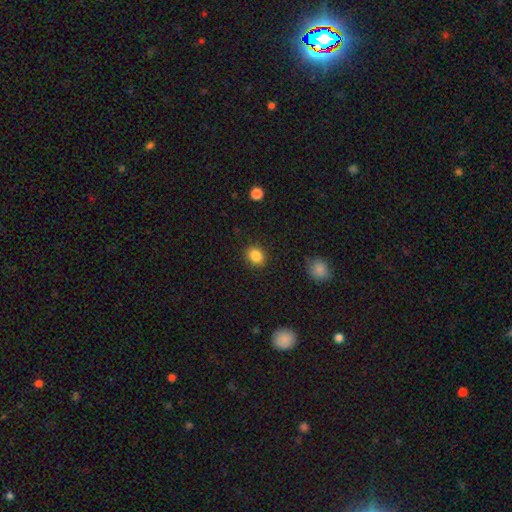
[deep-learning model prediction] The model was most divided on "how rounded": round: 58%, in between: 41%, cigar-shaped: 1%. More confident: merging — none (88%); smooth or featured — smooth (86%).